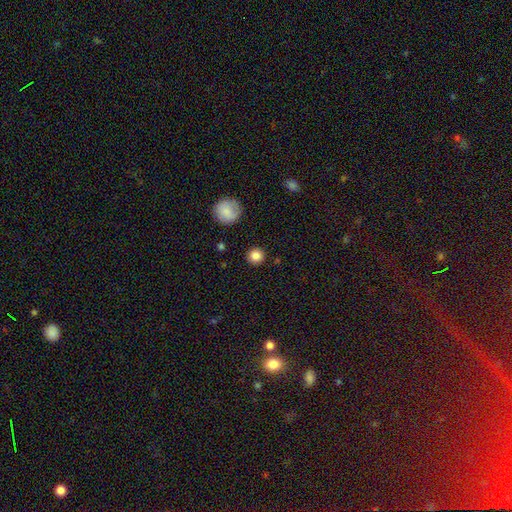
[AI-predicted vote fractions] Smooth or featured: smooth — 84% (star or artifact — 11%)
How rounded: round — 94% (in between — 5%)
Merging: none — 90% (minor disturbance — 6%)